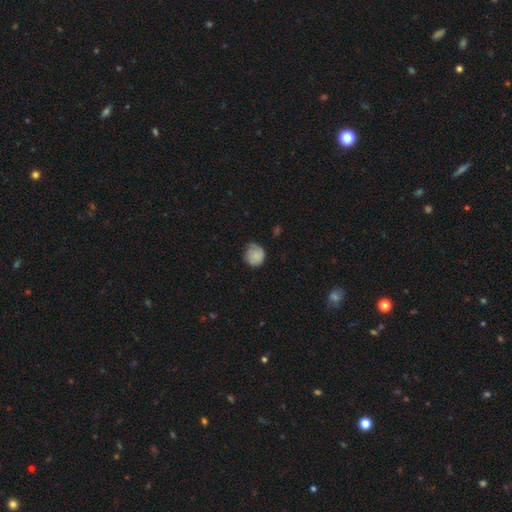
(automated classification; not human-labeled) smooth 73%, featured or disk 19%, star or artifact 8%. Down the decision tree: how rounded — round (83%); merging — none (59%).